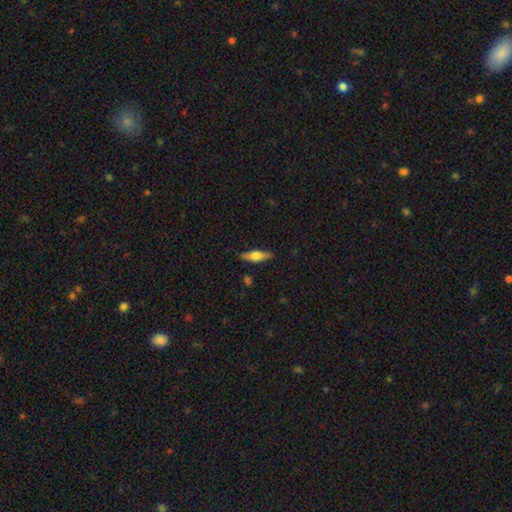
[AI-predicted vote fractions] Smooth or featured? Predicted: smooth (p=0.52). How rounded? Predicted: cigar-shaped (p=0.56). Merging? Predicted: none (p=0.85).